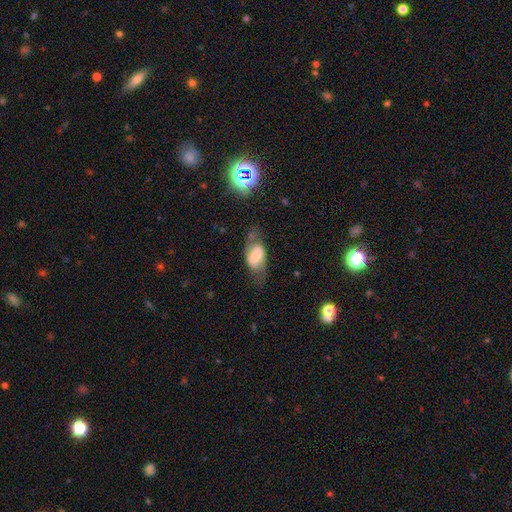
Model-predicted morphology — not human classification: Smooth or featured?
  - featured or disk: 49% *
  - smooth: 42%
  - star or artifact: 9%
Merging?
  - none: 57% *
  - minor disturbance: 23%
  - major disturbance: 17%
  - merger: 3%